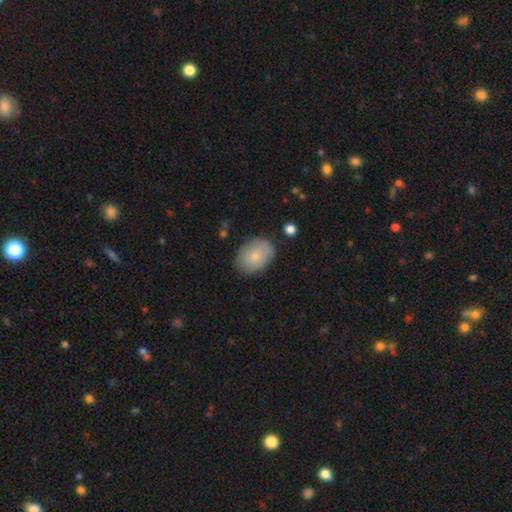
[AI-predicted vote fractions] A smooth galaxy with no disk features (76%) that is in between round and cigar-shaped (77%). Merging: none (78%).